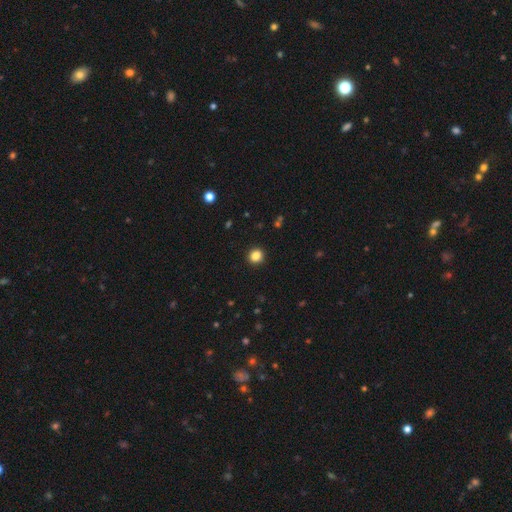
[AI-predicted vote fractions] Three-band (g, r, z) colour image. It shows a smooth galaxy with no disk features (85%) that is round (88%). Merging: none (92%).